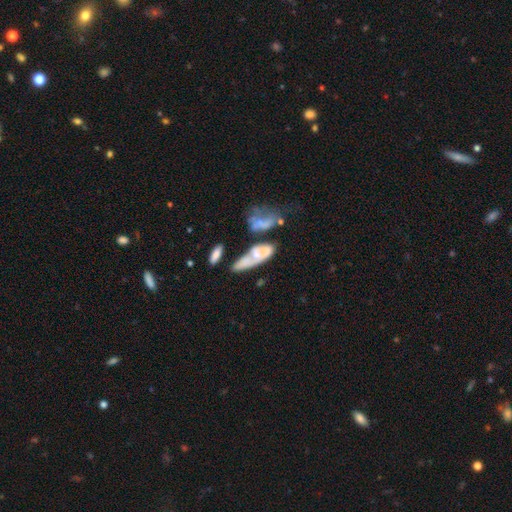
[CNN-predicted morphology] Smooth or featured: featured or disk — 47% (smooth — 44%)
Merging: merger — 34% (none — 27%)